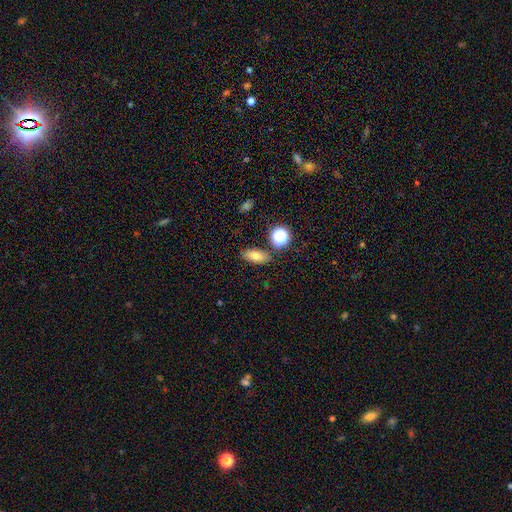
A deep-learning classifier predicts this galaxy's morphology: Overall: smooth (75%). How rounded: in between (80%). Merging: none (82%).